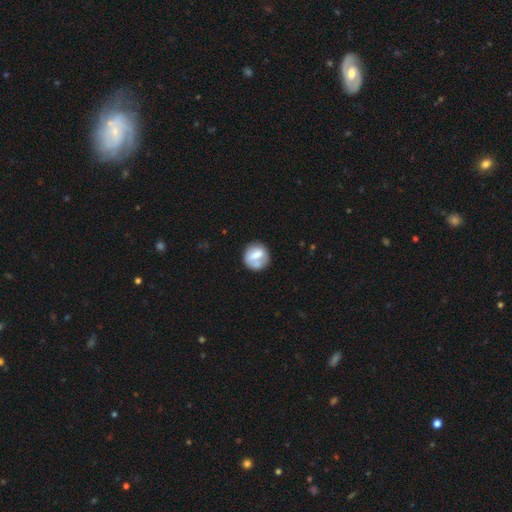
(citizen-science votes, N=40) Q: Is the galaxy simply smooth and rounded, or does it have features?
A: smooth — 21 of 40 (52%).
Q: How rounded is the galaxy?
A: round — 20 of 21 (95%).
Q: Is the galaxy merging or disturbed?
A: none — 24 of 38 (63%).